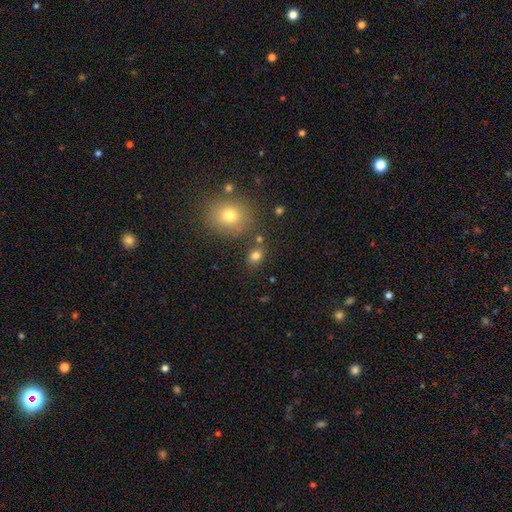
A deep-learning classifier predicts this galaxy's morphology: Smooth or featured?
  - smooth: 78% *
  - star or artifact: 14%
  - featured or disk: 8%
How rounded?
  - in between: 54% *
  - round: 44%
  - cigar-shaped: 1%
Merging?
  - none: 74% *
  - minor disturbance: 11%
  - merger: 11%
  - major disturbance: 4%